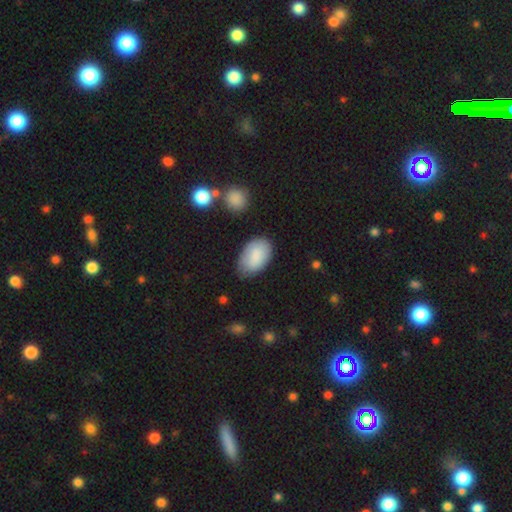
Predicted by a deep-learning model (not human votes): A smooth galaxy with no disk features (85%) that is in between round and cigar-shaped (92%).

Vote fractions:
- Smooth or featured? smooth: 85% / featured or disk: 9% / star or artifact: 6%
- How rounded? in between: 92% / round: 6% / cigar-shaped: 1%
- Merging? none: 70% / minor disturbance: 22% / major disturbance: 5% / merger: 3%